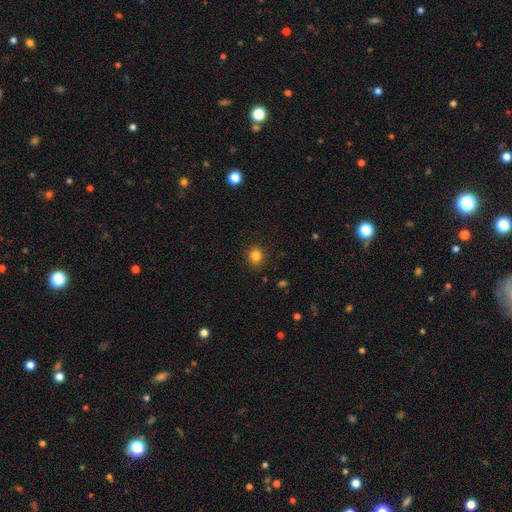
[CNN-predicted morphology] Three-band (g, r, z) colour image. It shows a smooth galaxy with no disk features (83%) that is round (83%). Merging: none (89%).